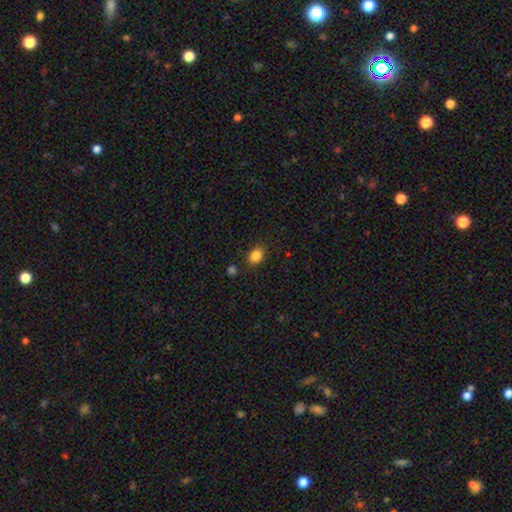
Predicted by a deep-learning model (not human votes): Smooth or featured: smooth — 85% (star or artifact — 10%)
How rounded: in between — 71% (round — 28%)
Merging: none — 85% (minor disturbance — 10%)